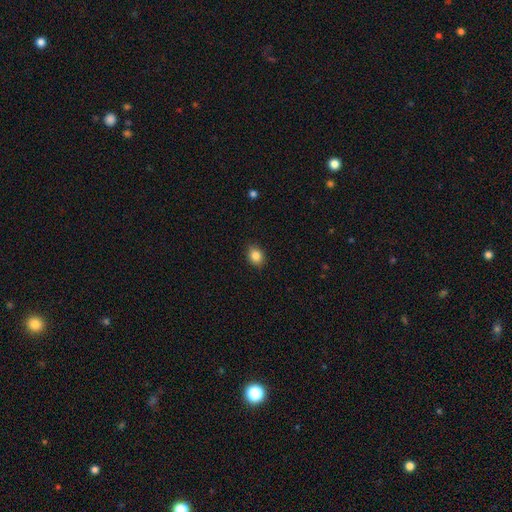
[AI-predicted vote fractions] Morphology: type=smooth (85%); roundness=in between (53%); merging=none (88%).